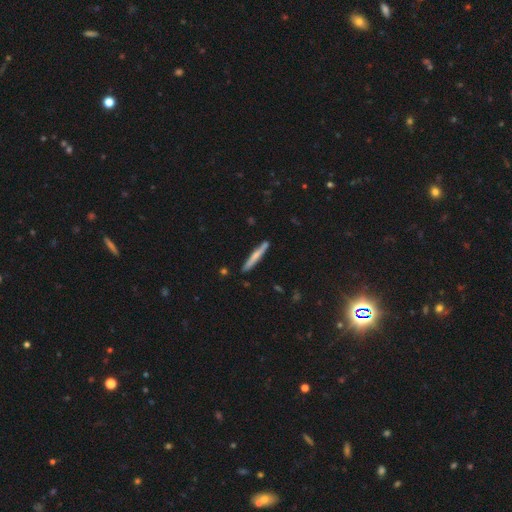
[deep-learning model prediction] This appears to be a smooth galaxy with no disk features (57%) that is cigar-shaped (95%). Merging: none (86%).